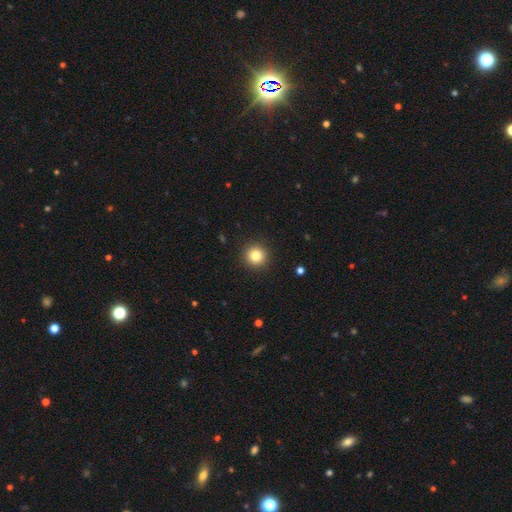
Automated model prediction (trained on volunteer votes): Smooth or featured?
  - smooth: 83% *
  - star or artifact: 11%
  - featured or disk: 6%
How rounded?
  - round: 95% *
  - in between: 4%
  - cigar-shaped: 1%
Merging?
  - none: 92% *
  - minor disturbance: 5%
  - major disturbance: 2%
  - merger: 1%